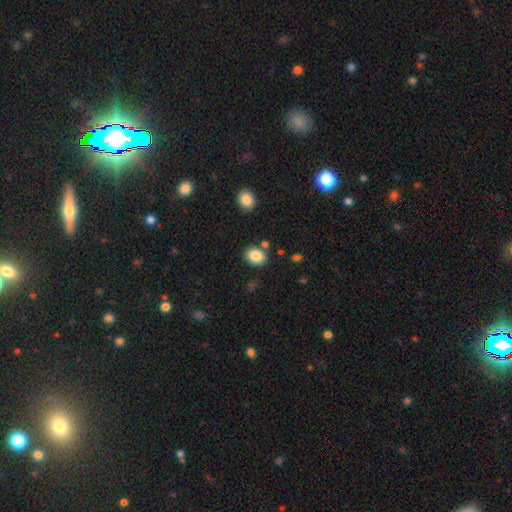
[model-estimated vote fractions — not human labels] Smooth or featured: smooth — 86% (star or artifact — 8%)
How rounded: in between — 63% (round — 37%)
Merging: none — 81% (minor disturbance — 10%)